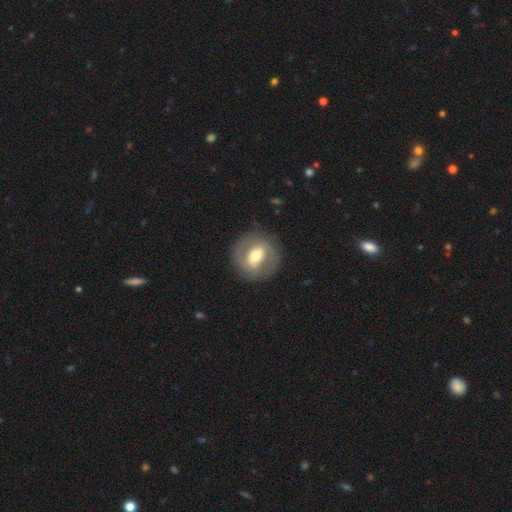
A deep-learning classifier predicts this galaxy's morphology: type=featured or disk (57%); edge-on=no (94%); bar=weak (38%); spiral arms=no (54%); bulge=moderate (67%); merging=none (82%).